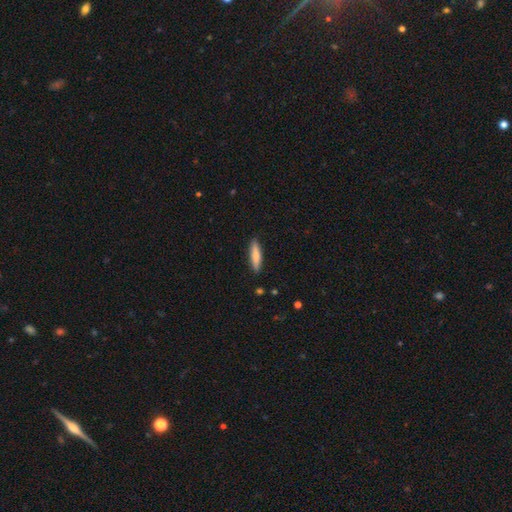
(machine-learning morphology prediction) This is likely a smooth galaxy (74%). How rounded: likely cigar-shaped (77%). Merging: clearly none (89%).